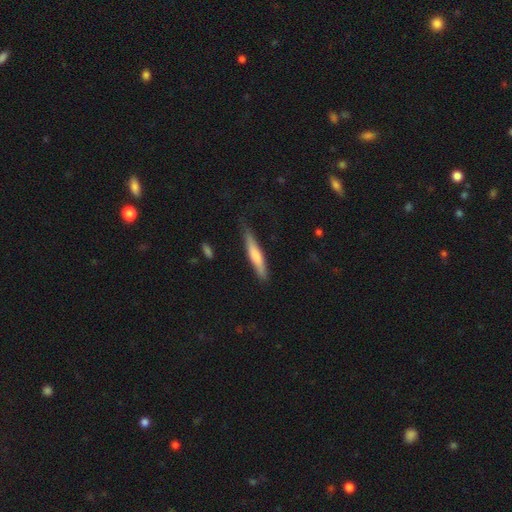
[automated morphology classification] Smooth or featured?
  - smooth: 66% *
  - featured or disk: 29%
  - star or artifact: 5%
How rounded?
  - cigar-shaped: 90% *
  - in between: 8%
  - round: 1%
Merging?
  - none: 75% *
  - minor disturbance: 19%
  - major disturbance: 4%
  - merger: 2%